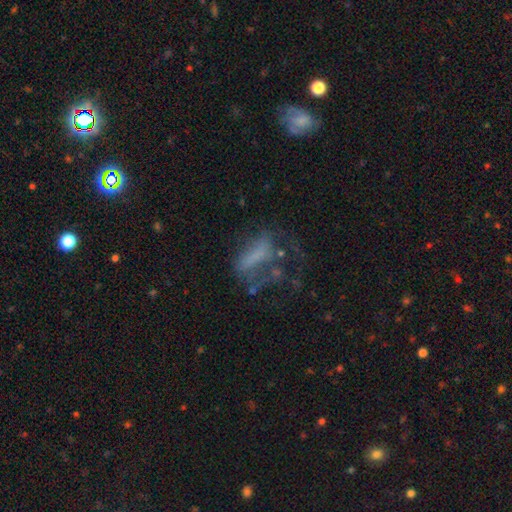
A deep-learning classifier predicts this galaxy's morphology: Smooth or featured: featured or disk — 42% (smooth — 39%)
Merging: major disturbance — 48% (none — 27%)